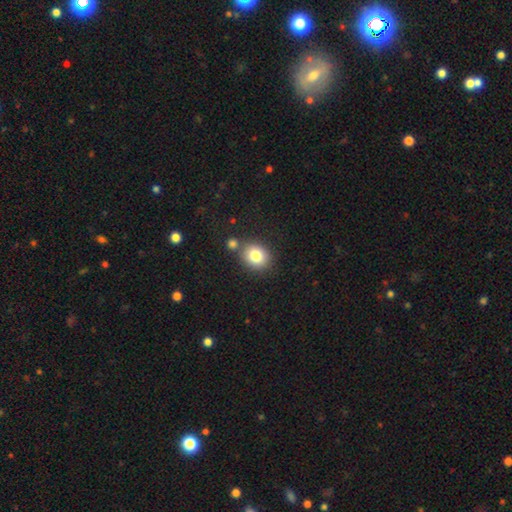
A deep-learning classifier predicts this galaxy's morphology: smooth 80%, star or artifact 10%, featured or disk 10%. Down the decision tree: how rounded — round (66%); merging — none (72%).